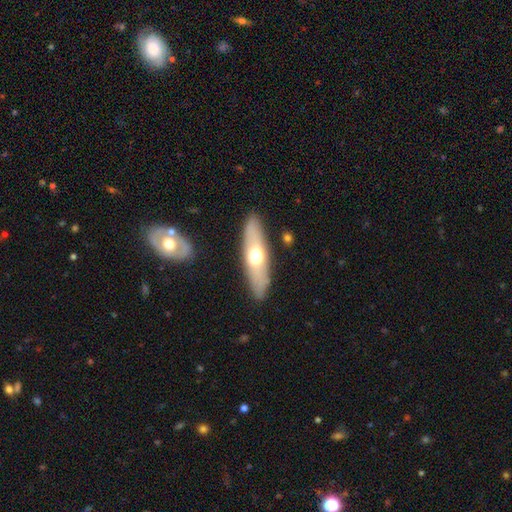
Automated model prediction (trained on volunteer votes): Q: Smooth or featured?
A: smooth (49%); runner-up: featured or disk (45%)
Q: Merging?
A: none (88%); runner-up: minor disturbance (8%)